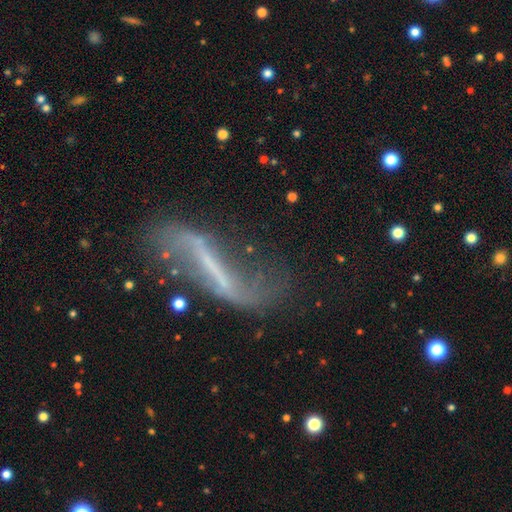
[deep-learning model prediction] smooth-or-featured: featured or disk: 73% | smooth: 16% | star or artifact: 12%
  disk-edge-on: no: 77% | yes: 23%
    bar: strong: 61% | weak: 22% | no: 17%
    has-spiral-arms: yes: 72% | no: 28%
    bulge-size: none: 57% | small: 32% | moderate: 7% | large: 2% | dominant: 1%
  merging: none: 53% | minor disturbance: 22% | major disturbance: 19% | merger: 6%